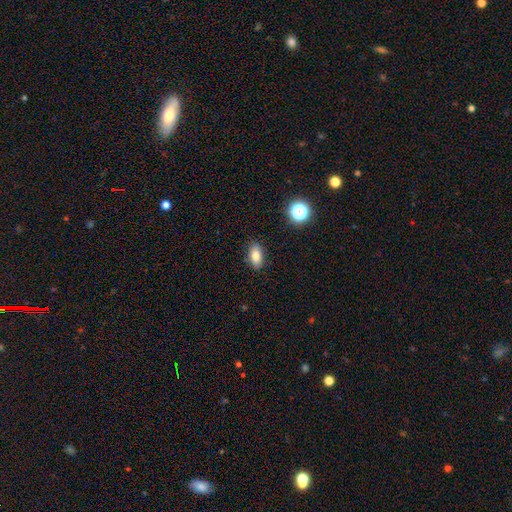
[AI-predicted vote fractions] The model was most divided on "smooth or featured": smooth: 81%, star or artifact: 10%, featured or disk: 9%. More confident: merging — none (87%); how rounded — in between (87%).